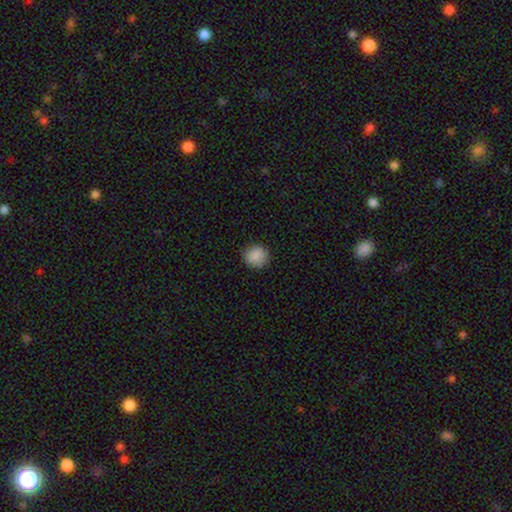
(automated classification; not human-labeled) Smooth or featured: smooth — 89% (star or artifact — 8%)
How rounded: round — 90% (in between — 9%)
Merging: none — 88% (minor disturbance — 9%)